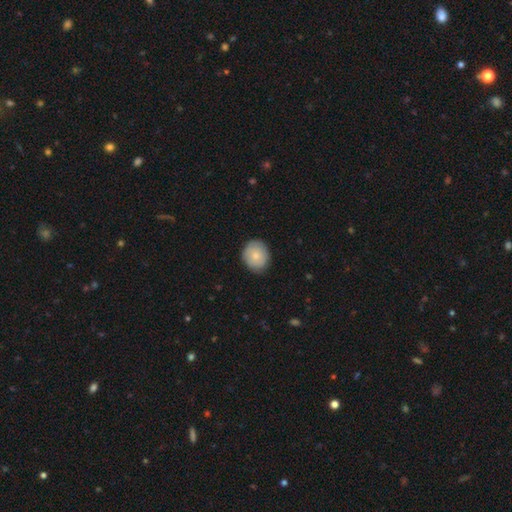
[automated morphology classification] type=smooth (77%); roundness=round (71%); merging=none (85%).